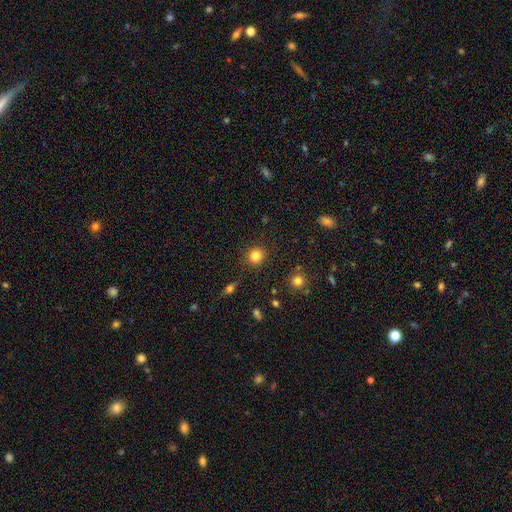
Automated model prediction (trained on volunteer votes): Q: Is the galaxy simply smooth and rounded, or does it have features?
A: smooth — 83%.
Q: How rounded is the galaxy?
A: round — 91%.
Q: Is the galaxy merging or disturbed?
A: none — 89%.